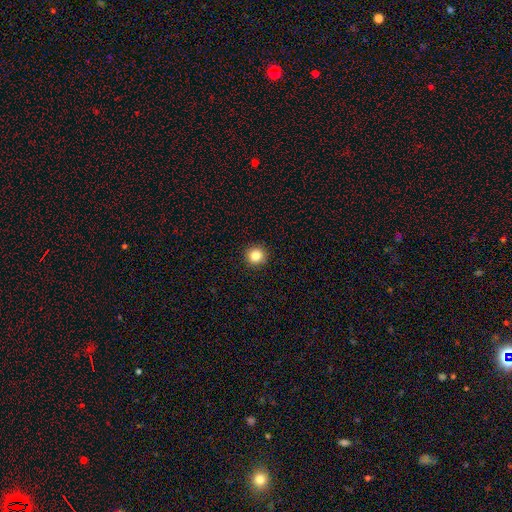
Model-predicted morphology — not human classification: smooth 84%, star or artifact 11%, featured or disk 5%. Down the decision tree: how rounded — round (95%); merging — none (93%).